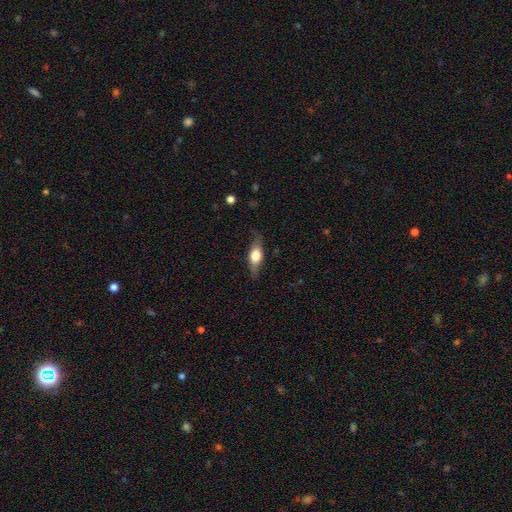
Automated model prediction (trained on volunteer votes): smooth 51%, featured or disk 43%, star or artifact 7%. Down the decision tree: how rounded — in between (66%); merging — none (74%).